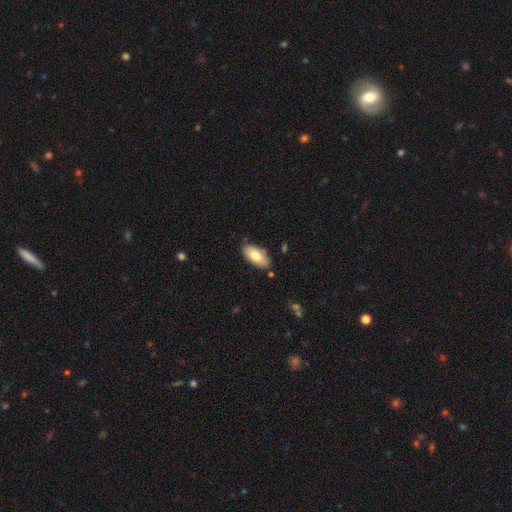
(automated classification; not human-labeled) Morphology: type=smooth (76%); roundness=in between (93%); merging=none (83%).